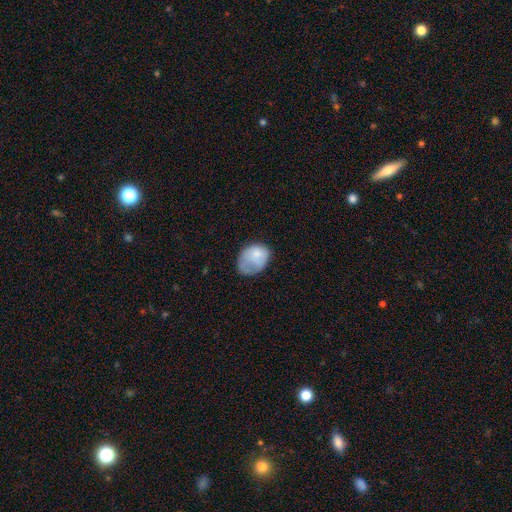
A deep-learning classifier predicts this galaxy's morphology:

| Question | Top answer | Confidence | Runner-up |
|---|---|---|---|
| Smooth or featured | smooth | 74% | featured or disk (18%) |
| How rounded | in between | 70% | round (29%) |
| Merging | minor disturbance | 37% | none (33%) |